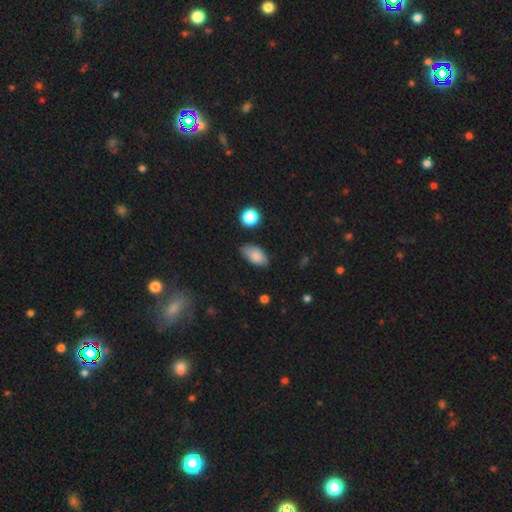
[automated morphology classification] smooth-or-featured: smooth: 83% | featured or disk: 10% | star or artifact: 8%
  how-rounded: in between: 92% | round: 5% | cigar-shaped: 3%
  merging: none: 75% | minor disturbance: 20% | major disturbance: 4% | merger: 2%